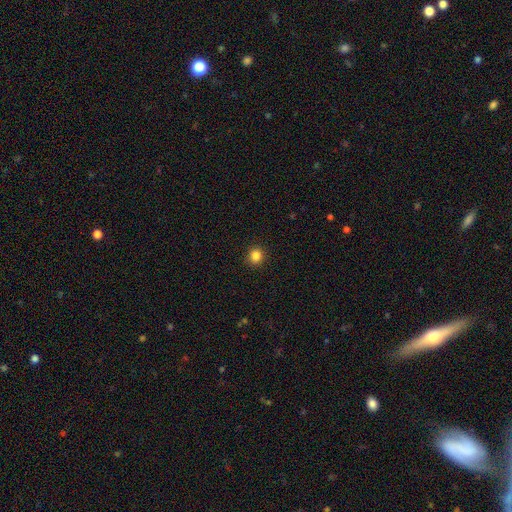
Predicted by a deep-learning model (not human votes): smooth 85%, star or artifact 12%, featured or disk 3%. Down the decision tree: how rounded — round (88%); merging — none (92%).